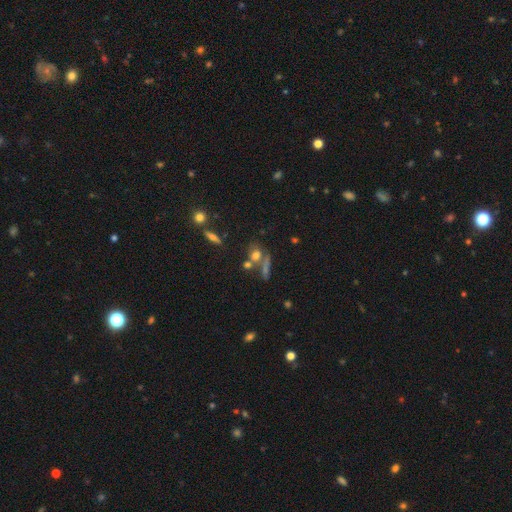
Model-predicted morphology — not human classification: type=smooth (63%); roundness=round (47%); merging=none (49%).